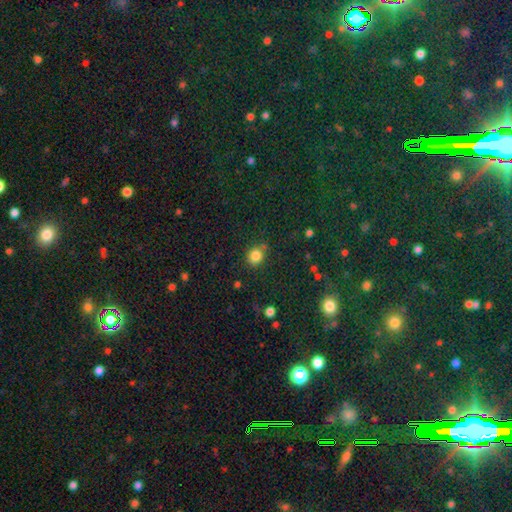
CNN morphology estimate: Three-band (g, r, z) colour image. It shows a smooth galaxy with no disk features (83%) that is round (79%). Merging: none (79%).